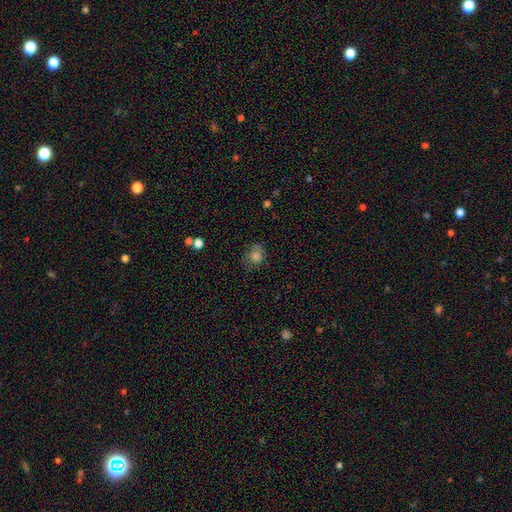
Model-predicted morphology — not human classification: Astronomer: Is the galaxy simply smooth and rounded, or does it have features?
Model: smooth — 73%.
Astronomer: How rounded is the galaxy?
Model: round — 63%.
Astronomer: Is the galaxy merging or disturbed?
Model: none — 64%.